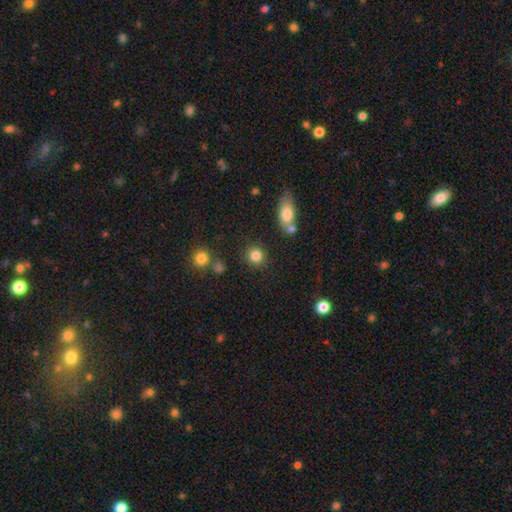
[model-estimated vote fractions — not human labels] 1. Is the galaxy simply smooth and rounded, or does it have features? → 84% smooth, 11% star or artifact, 5% featured or disk.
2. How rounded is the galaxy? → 88% round, 11% in between, 1% cigar-shaped.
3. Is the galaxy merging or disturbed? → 84% none, 8% minor disturbance, 5% merger, 3% major disturbance.